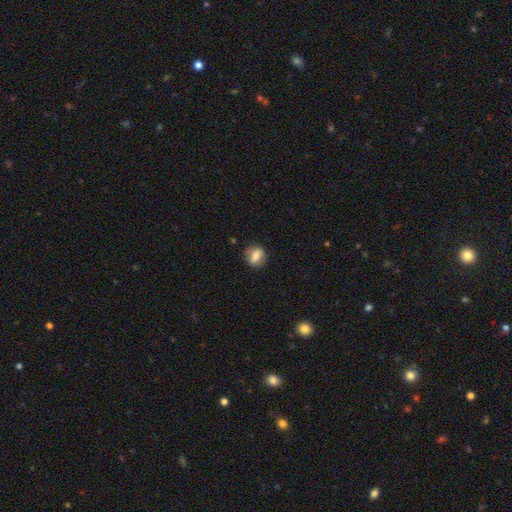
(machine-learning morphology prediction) type=smooth (72%); roundness=in between (53%); merging=none (80%).